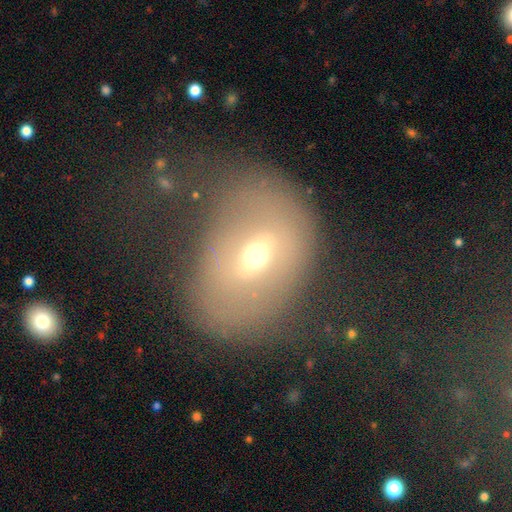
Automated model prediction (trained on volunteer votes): A featured or disk galaxy (54%).

Vote fractions:
- Smooth or featured? featured or disk: 54% / smooth: 35% / star or artifact: 11%
- Edge-on disk? no: 83% / yes: 17%
- Merging? none: 75% / minor disturbance: 14% / major disturbance: 9% / merger: 3%